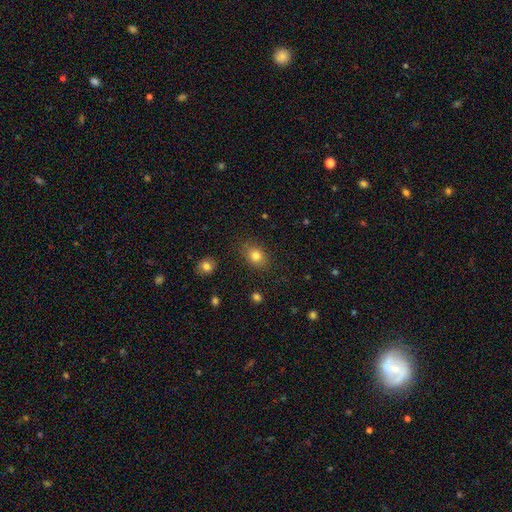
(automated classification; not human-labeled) A smooth galaxy with no disk features (81%) that is in between round and cigar-shaped (65%). Merging: none (82%).